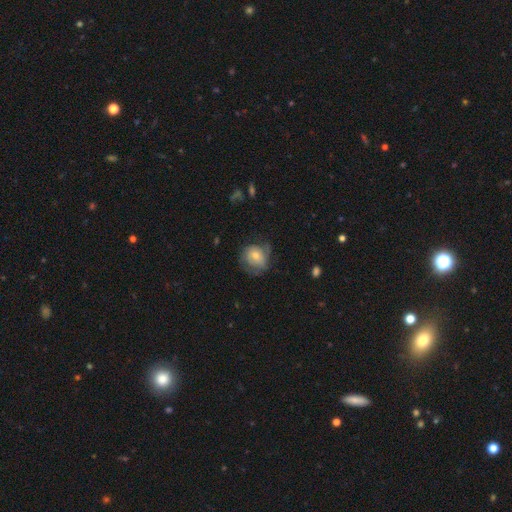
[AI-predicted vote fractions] The model was most divided on "smooth or featured": smooth: 52%, featured or disk: 40%, star or artifact: 8%. More confident: how rounded — round (74%); merging — none (51%).